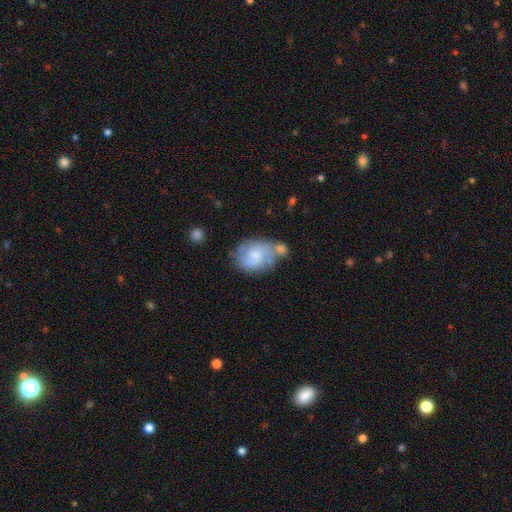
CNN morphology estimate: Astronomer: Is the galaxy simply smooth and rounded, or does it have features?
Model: featured or disk — 49% (runner-up: smooth, 44%).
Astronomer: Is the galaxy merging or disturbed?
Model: none — 41% (runner-up: merger, 25%).